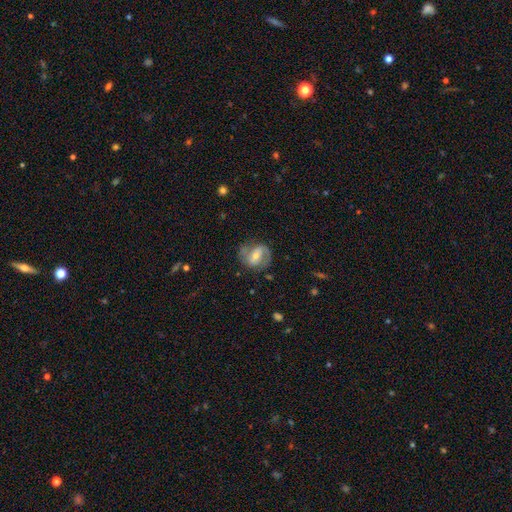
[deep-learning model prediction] Q: Smooth or featured?
A: featured or disk (70%); runner-up: smooth (24%)
Q: Edge-on disk?
A: no (96%); runner-up: yes (4%)
Q: Bar?
A: weak (39%); runner-up: strong (36%)
Q: Spiral arms?
A: yes (82%); runner-up: no (18%)
Q: Spiral winding?
A: medium (47%); runner-up: tight (28%)
Q: Spiral arm count?
A: 2 (80%); runner-up: can't tell (10%)
Q: Bulge size?
A: moderate (48%); runner-up: small (46%)
Q: Merging?
A: none (66%); runner-up: minor disturbance (20%)